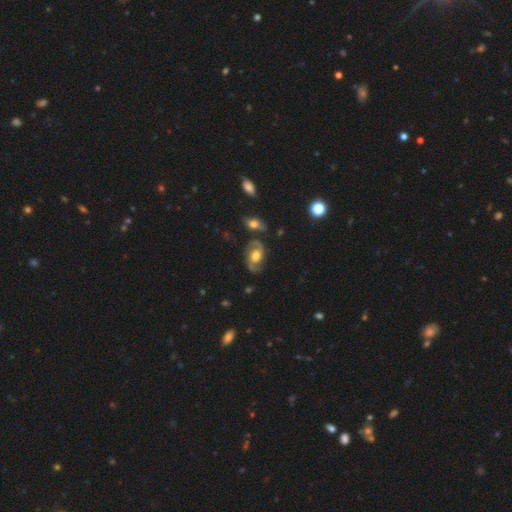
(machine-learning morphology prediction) Q: Smooth or featured?
A: featured or disk (75%); runner-up: smooth (18%)
Q: Edge-on disk?
A: no (96%); runner-up: yes (4%)
Q: Bar?
A: no (63%); runner-up: weak (30%)
Q: Spiral arms?
A: yes (86%); runner-up: no (14%)
Q: Spiral winding?
A: medium (53%); runner-up: loose (25%)
Q: Spiral arm count?
A: 2 (90%); runner-up: can't tell (5%)
Q: Bulge size?
A: moderate (47%); runner-up: large (41%)
Q: Merging?
A: none (73%); runner-up: minor disturbance (16%)